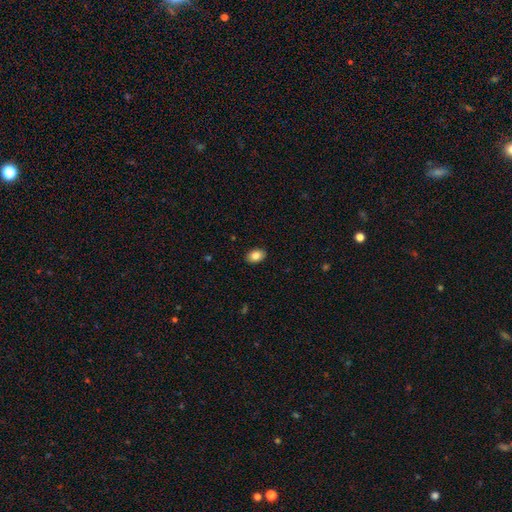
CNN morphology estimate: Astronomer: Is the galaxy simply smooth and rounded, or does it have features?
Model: smooth — 86%.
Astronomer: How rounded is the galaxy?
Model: in between — 85%.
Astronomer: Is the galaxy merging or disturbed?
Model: none — 90%.